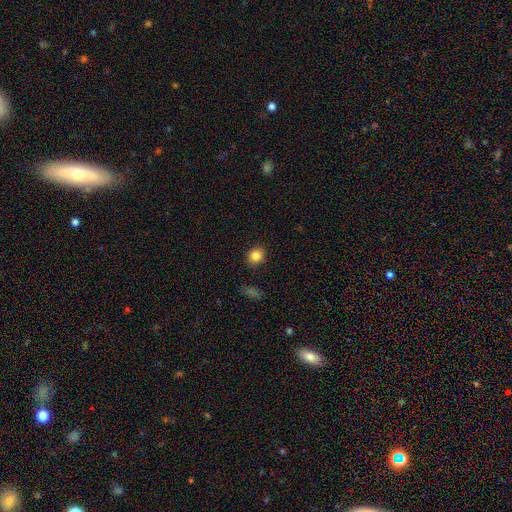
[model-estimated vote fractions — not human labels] Smooth or featured? smooth (84%)
How rounded? round (72%)
Merging? none (89%)